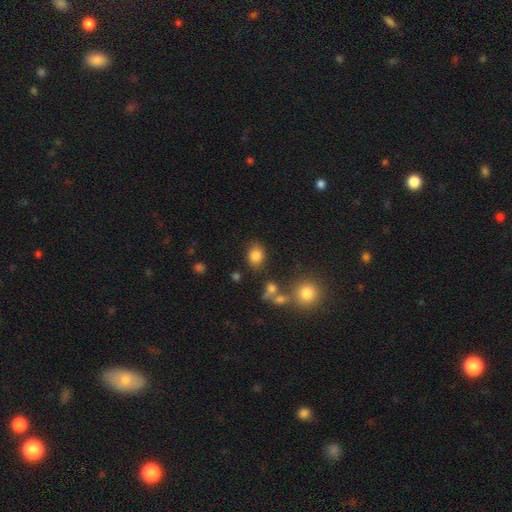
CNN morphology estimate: type=smooth (82%); roundness=in between (50%); merging=none (78%).